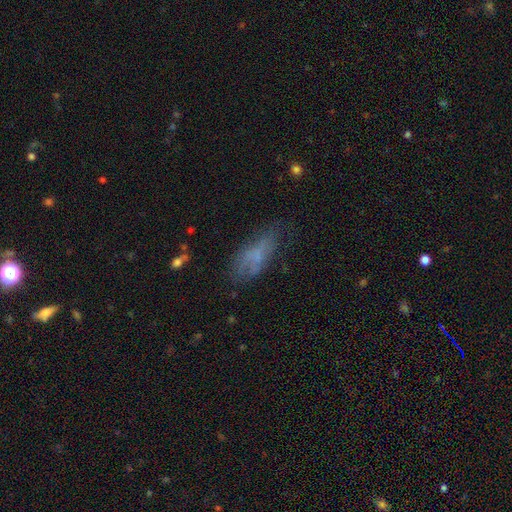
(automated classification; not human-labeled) The model was most divided on "merging": none: 48%, minor disturbance: 29%, major disturbance: 19%, merger: 4%. More confident: how rounded — in between (72%); smooth or featured — smooth (56%).